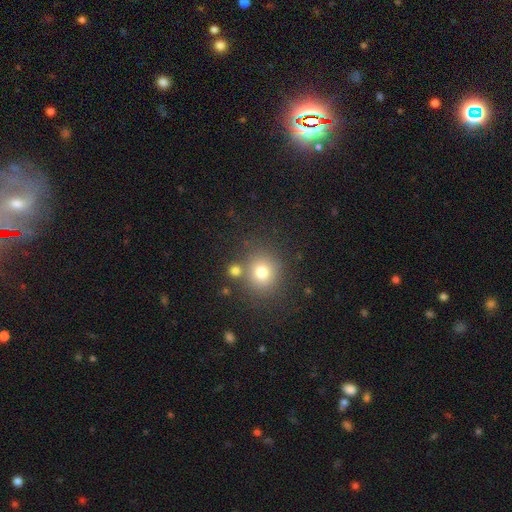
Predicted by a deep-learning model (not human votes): Smooth or featured: smooth — 57% (star or artifact — 35%)
How rounded: round — 86% (in between — 13%)
Merging: none — 82% (minor disturbance — 8%)